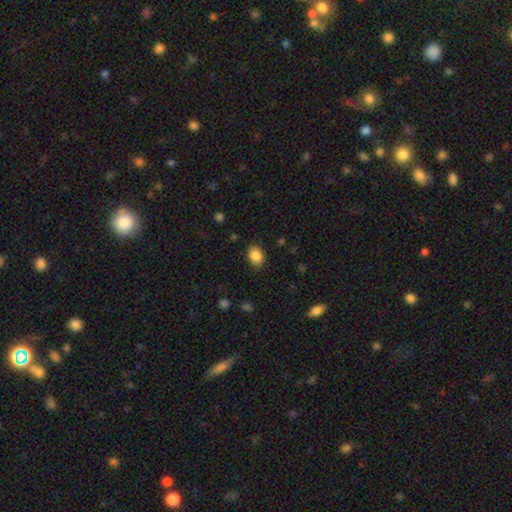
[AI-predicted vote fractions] A smooth galaxy with no disk features (87%) that is in between round and cigar-shaped (65%).

Vote fractions:
- Smooth or featured? smooth: 87% / star or artifact: 9% / featured or disk: 4%
- How rounded? in between: 65% / round: 34% / cigar-shaped: 1%
- Merging? none: 84% / minor disturbance: 12% / major disturbance: 3% / merger: 1%